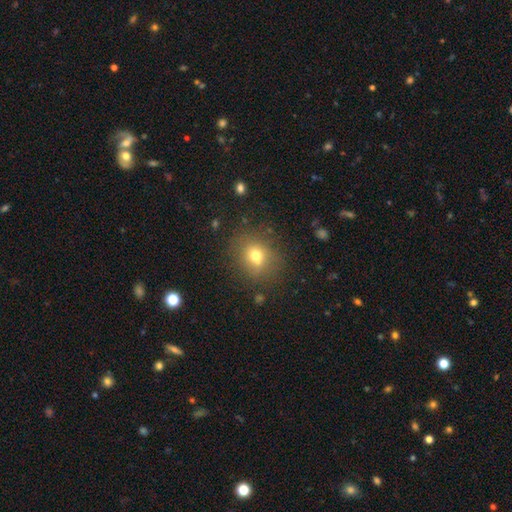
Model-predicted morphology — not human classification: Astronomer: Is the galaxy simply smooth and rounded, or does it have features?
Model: smooth — 70%.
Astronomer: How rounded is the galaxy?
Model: round — 72%.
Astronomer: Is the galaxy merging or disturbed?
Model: none — 75%.